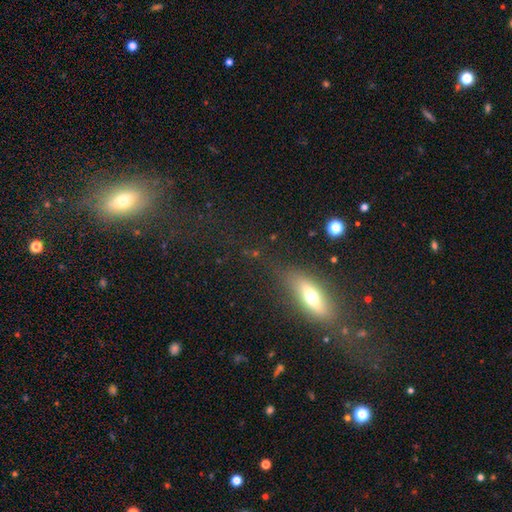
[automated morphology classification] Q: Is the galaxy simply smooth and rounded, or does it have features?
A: featured or disk — 44%.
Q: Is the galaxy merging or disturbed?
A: none — 51%.